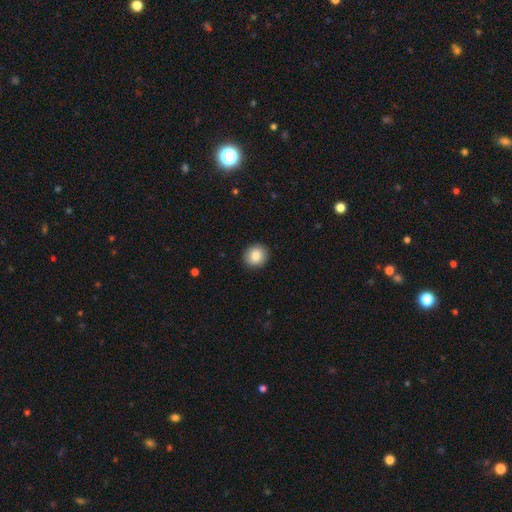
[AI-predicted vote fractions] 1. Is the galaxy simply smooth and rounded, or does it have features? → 84% smooth, 8% star or artifact, 8% featured or disk.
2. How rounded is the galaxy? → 81% round, 18% in between, 1% cigar-shaped.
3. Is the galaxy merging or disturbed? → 91% none, 6% minor disturbance, 2% major disturbance, 1% merger.